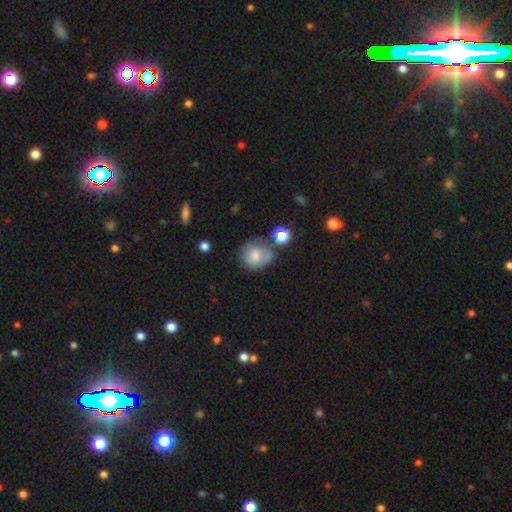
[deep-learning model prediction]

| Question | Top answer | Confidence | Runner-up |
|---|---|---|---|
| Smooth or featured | smooth | 71% | featured or disk (19%) |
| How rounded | round | 74% | in between (25%) |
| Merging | none | 46% | minor disturbance (24%) |